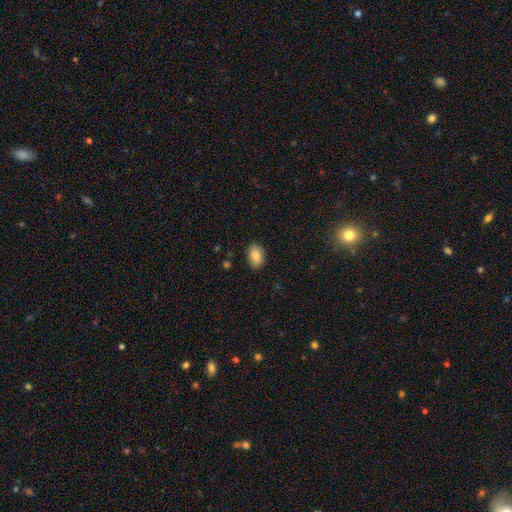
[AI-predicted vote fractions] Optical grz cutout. It shows a smooth galaxy with no disk features (87%) that is in between round and cigar-shaped (84%). Merging: none (85%).